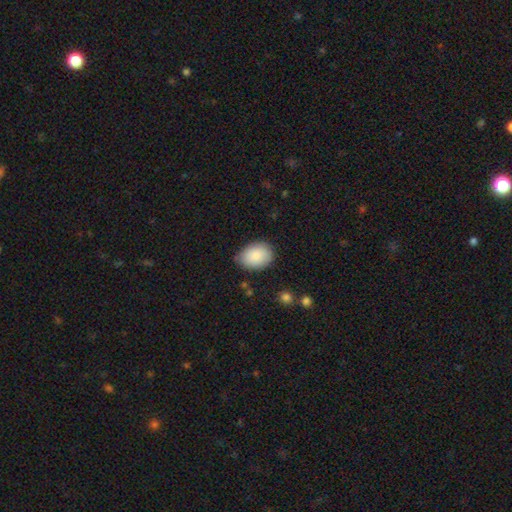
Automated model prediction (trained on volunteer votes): This appears to be a smooth galaxy with no disk features (86%) that is in between round and cigar-shaped (73%). Merging: none (77%).